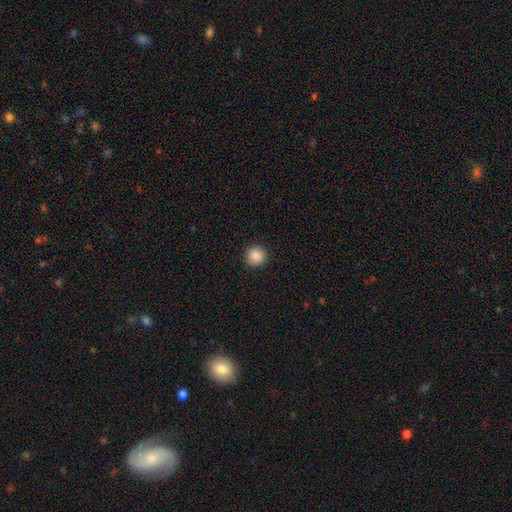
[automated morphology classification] smooth_or_featured: smooth (p=0.88) [alt: star or artifact p=0.09]
how_rounded: round (p=0.94) [alt: in between p=0.05]
merging: none (p=0.92) [alt: minor disturbance p=0.06]